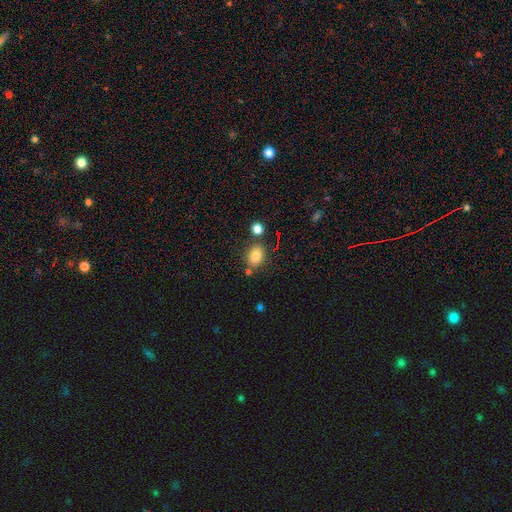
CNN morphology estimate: Overall: smooth (81%). How rounded: in between (57%; round 42%). Merging: none (74%).